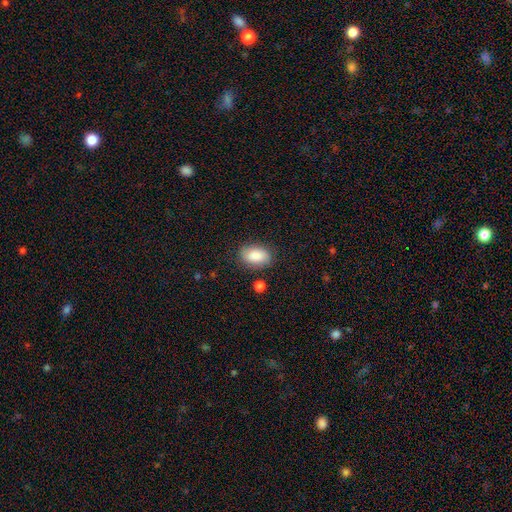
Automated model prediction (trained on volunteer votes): Morphology: type=smooth (87%); roundness=in between (89%); merging=none (80%).